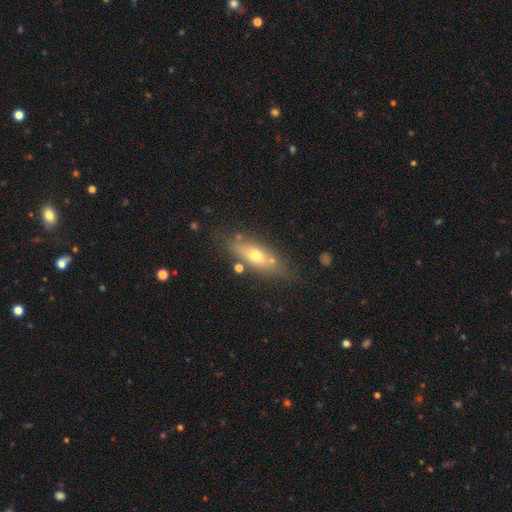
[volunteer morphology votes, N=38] Smooth or featured?
  - smooth: 53% *
  - featured or disk: 42%
  - star or artifact: 5%
How rounded?
  - in between: 70% *
  - cigar-shaped: 30%
  - round: 0%
Merging?
  - none: 78% *
  - minor disturbance: 11%
  - major disturbance: 8%
  - merger: 3%